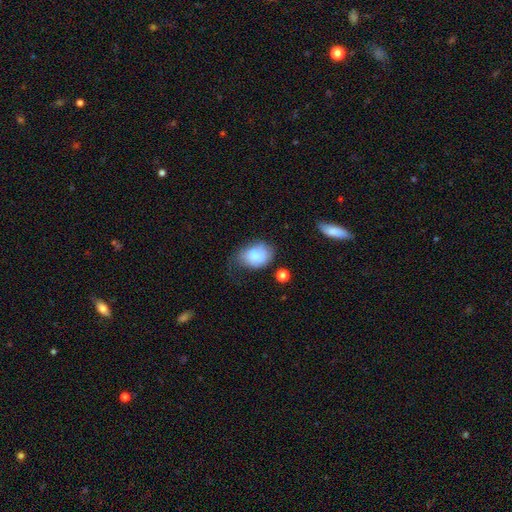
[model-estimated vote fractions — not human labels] A smooth galaxy with no disk features (69%) that is in between round and cigar-shaped (69%). Merging: minor disturbance (36%).